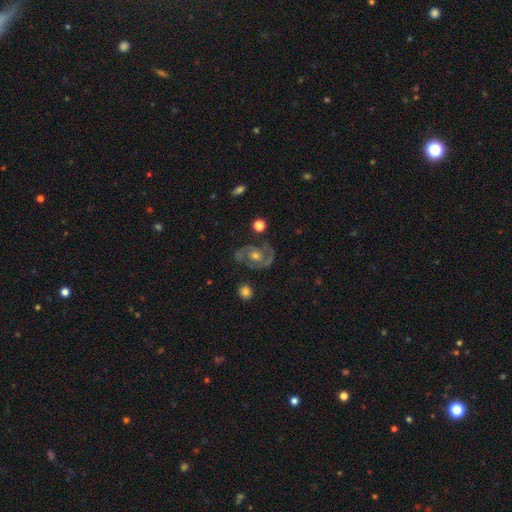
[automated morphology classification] A featured or disk galaxy (82%) with no bar (66%), 2 (86%) medium (50%) spiral arms (89%) and a moderate central bulge (65%).

Vote fractions:
- Smooth or featured? featured or disk: 82% / smooth: 10% / star or artifact: 8%
- Edge-on disk? no: 97% / yes: 3%
- Bar? no: 66% / weak: 27% / strong: 7%
- Spiral arms? yes: 89% / no: 11%
- Spiral winding? medium: 50% / tight: 37% / loose: 13%
- Spiral arm count? 2: 86% / can't tell: 7% / 1: 3% / 3: 2% / 4: 1% / more than 4: 1%
- Bulge size? moderate: 65% / small: 23% / large: 8% / none: 2% / dominant: 1%
- Merging? none: 75% / minor disturbance: 15% / major disturbance: 7% / merger: 3%